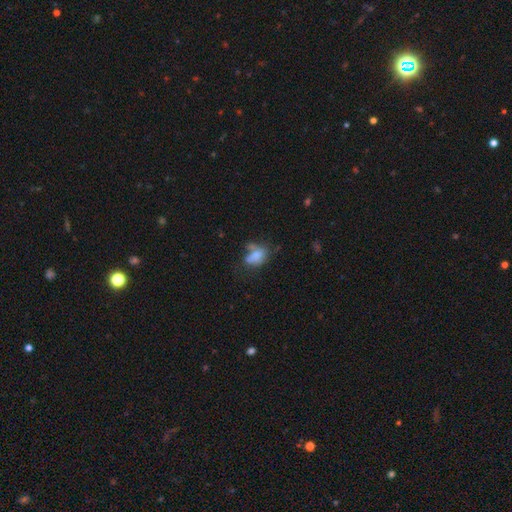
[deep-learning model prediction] A smooth galaxy with no disk features (69%) that is in between round and cigar-shaped (82%).

Vote fractions:
- Smooth or featured? smooth: 69% / featured or disk: 19% / star or artifact: 12%
- How rounded? in between: 82% / round: 15% / cigar-shaped: 3%
- Merging? none: 34% / minor disturbance: 26% / major disturbance: 21% / merger: 19%